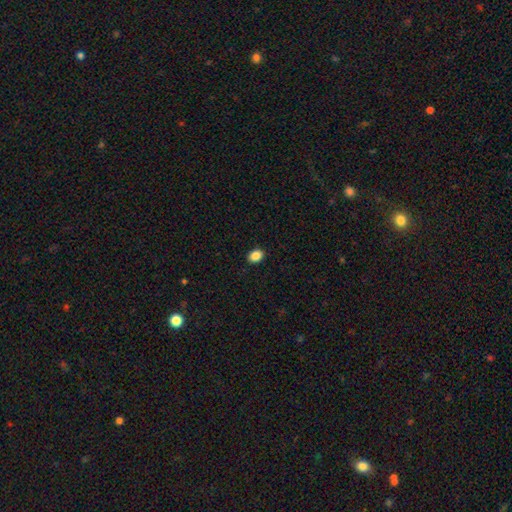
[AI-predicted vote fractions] The model was most divided on "how rounded": in between: 70%, round: 29%, cigar-shaped: 1%. More confident: merging — none (90%); smooth or featured — smooth (88%).